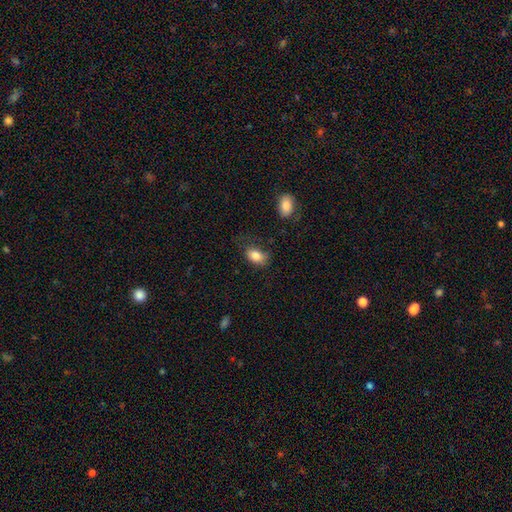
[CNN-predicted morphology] Q: Smooth or featured?
A: smooth (83%); runner-up: featured or disk (9%)
Q: How rounded?
A: in between (85%); runner-up: round (13%)
Q: Merging?
A: none (67%); runner-up: minor disturbance (23%)